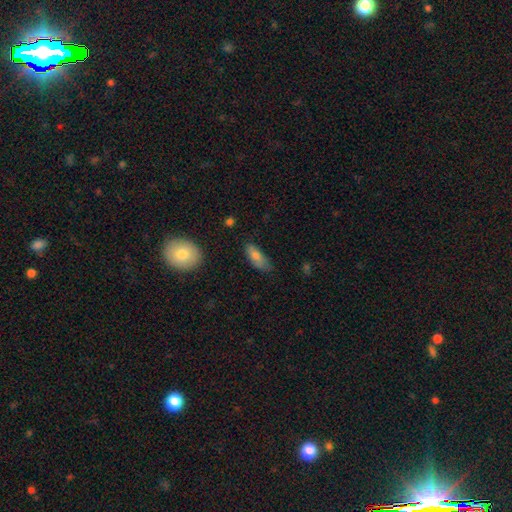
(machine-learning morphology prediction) Smooth or featured? smooth (76%)
How rounded? in between (73%)
Merging? none (69%)